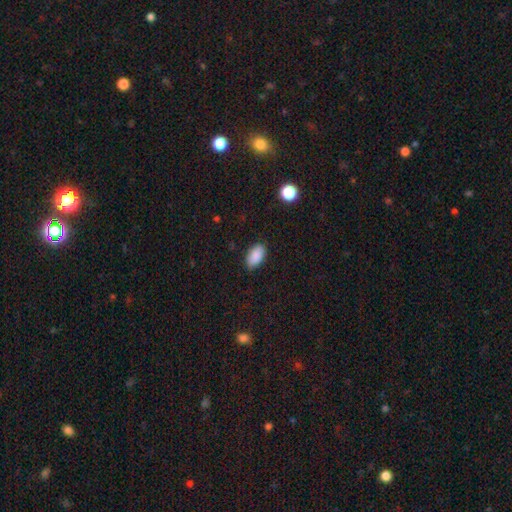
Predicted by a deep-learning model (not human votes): Morphology: type=smooth (88%); roundness=in between (94%); merging=none (87%).